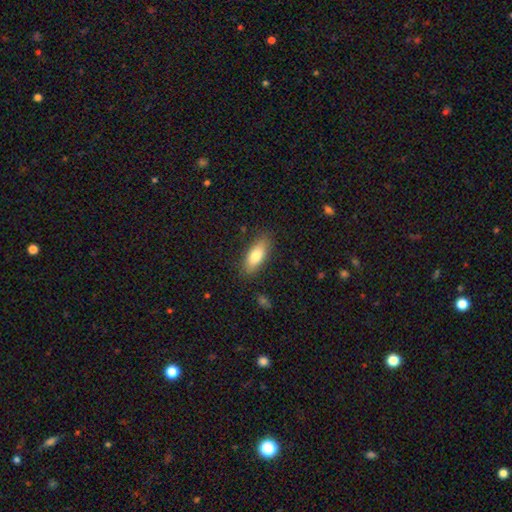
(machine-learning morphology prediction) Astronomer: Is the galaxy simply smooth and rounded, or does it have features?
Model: smooth — 76%.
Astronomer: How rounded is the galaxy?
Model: in between — 71%.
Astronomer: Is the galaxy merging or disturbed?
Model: none — 85%.